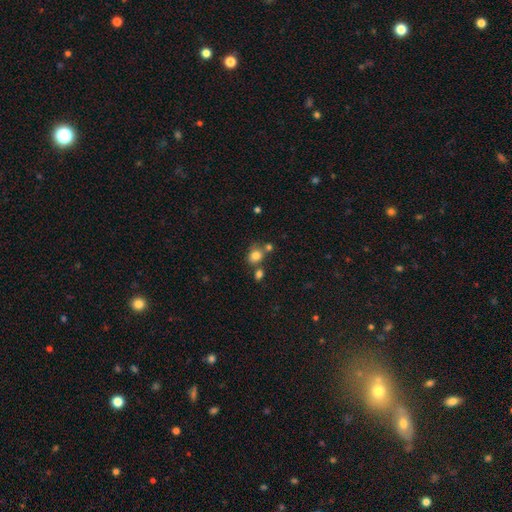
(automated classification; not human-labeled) Q: Smooth or featured?
A: smooth (80%); runner-up: star or artifact (12%)
Q: How rounded?
A: round (66%); runner-up: in between (33%)
Q: Merging?
A: none (58%); runner-up: merger (23%)